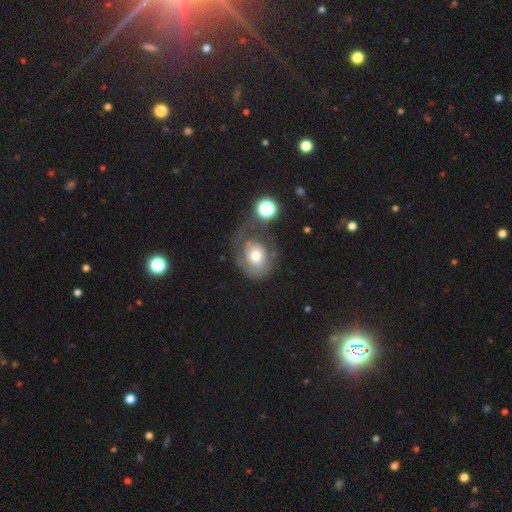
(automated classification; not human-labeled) Q: Smooth or featured?
A: smooth (48%); runner-up: featured or disk (42%)
Q: Merging?
A: none (36%); runner-up: major disturbance (32%)